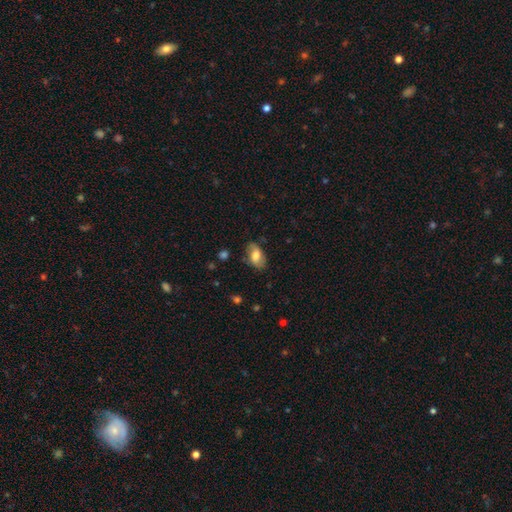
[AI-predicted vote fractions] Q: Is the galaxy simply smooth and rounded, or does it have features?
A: smooth — 66%.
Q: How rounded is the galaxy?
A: in between — 90%.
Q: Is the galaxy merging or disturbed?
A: none — 69%.